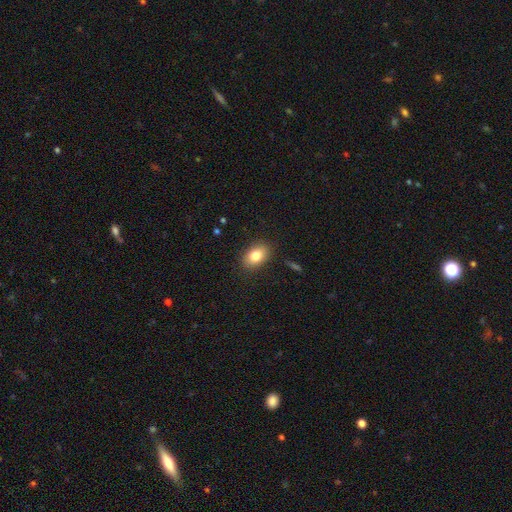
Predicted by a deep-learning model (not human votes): Smooth or featured: smooth — 81% (featured or disk — 11%)
How rounded: in between — 79% (round — 19%)
Merging: none — 87% (minor disturbance — 9%)